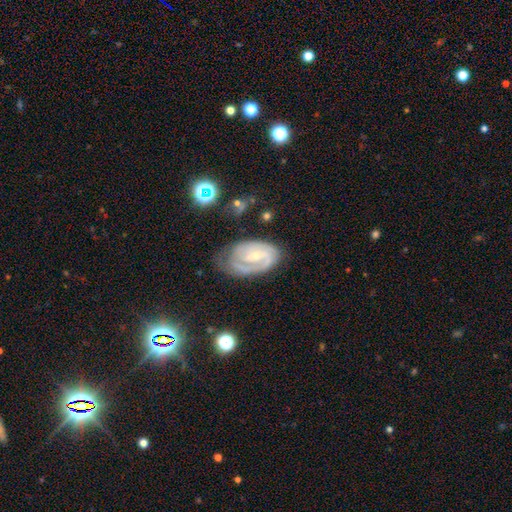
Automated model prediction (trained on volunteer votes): This is clearly a featured or disk galaxy (82%). It is clearly not viewed edge-on (97%). Bar: marginally weak (44%). Spiral arm pattern: clearly yes (93%). Spiral arm count: possibly 2 (51%). Spiral winding: possibly tight (58%). Central bulge: likely small (68%). Merging: possibly none (55%).